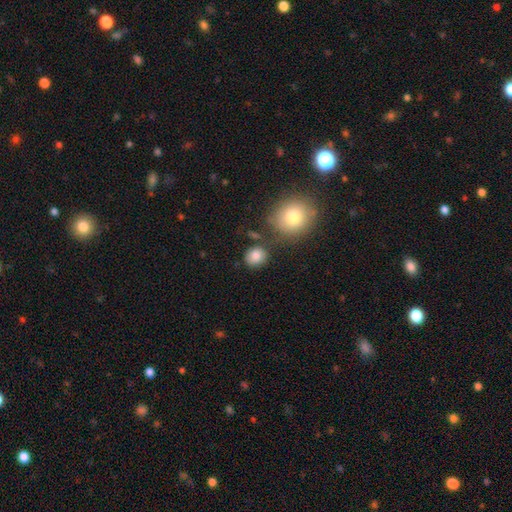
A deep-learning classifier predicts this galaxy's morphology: Smooth or featured?
  - smooth: 84% *
  - star or artifact: 10%
  - featured or disk: 6%
How rounded?
  - round: 76% *
  - in between: 23%
  - cigar-shaped: 1%
Merging?
  - none: 73% *
  - minor disturbance: 14%
  - merger: 8%
  - major disturbance: 5%